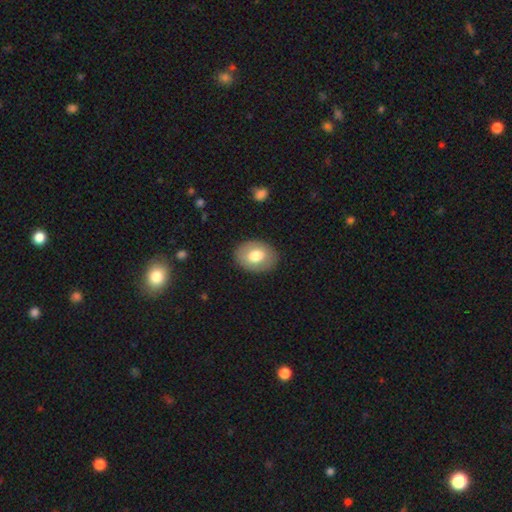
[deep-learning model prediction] Smooth or featured? smooth (72%)
How rounded? in between (68%)
Merging? none (87%)